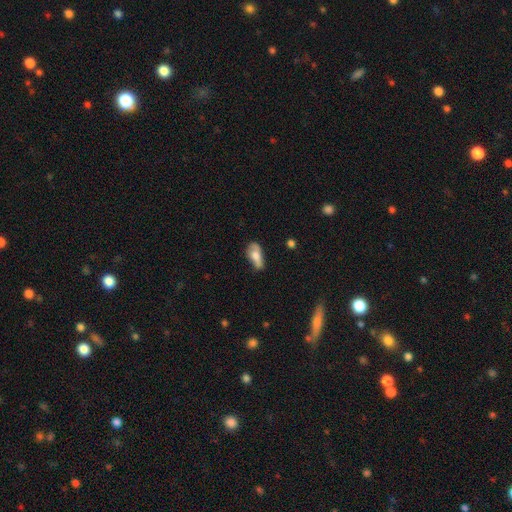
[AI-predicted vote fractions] Q: Smooth or featured?
A: smooth (63%); runner-up: featured or disk (29%)
Q: How rounded?
A: in between (80%); runner-up: cigar-shaped (16%)
Q: Merging?
A: none (44%); runner-up: minor disturbance (35%)